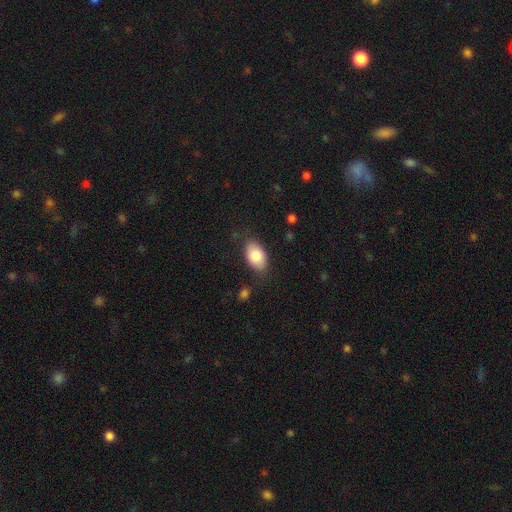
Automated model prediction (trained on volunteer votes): Overall: smooth (83%). How rounded: in between (91%). Merging: none (80%).